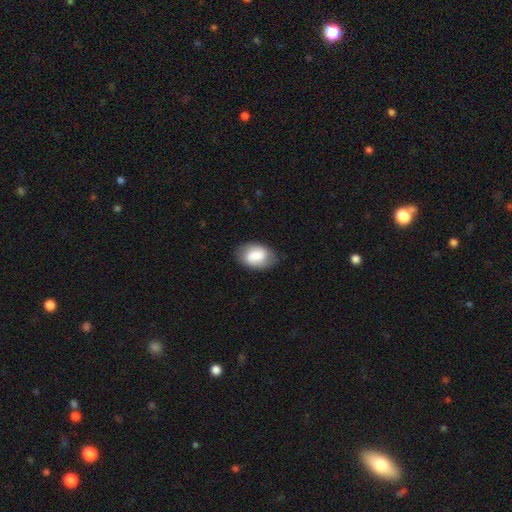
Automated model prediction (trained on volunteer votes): Smooth or featured? smooth (77%)
How rounded? in between (89%)
Merging? none (79%)